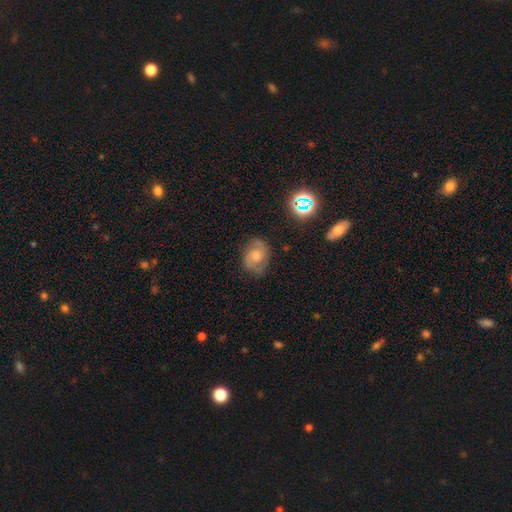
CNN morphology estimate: smooth-or-featured: featured or disk: 67% | smooth: 23% | star or artifact: 11%
  disk-edge-on: no: 97% | yes: 3%
    bar: no: 69% | weak: 26% | strong: 4%
    has-spiral-arms: yes: 92% | no: 8%
      spiral-winding: medium: 50% | tight: 33% | loose: 17%
      spiral-arm-count: 2: 85% | can't tell: 8% | 1: 3% | 3: 2% | 4: 1% | more than 4: 1%
    bulge-size: moderate: 54% | small: 33% | large: 7% | none: 4% | dominant: 1%
  merging: none: 72% | minor disturbance: 20% | major disturbance: 7% | merger: 1%